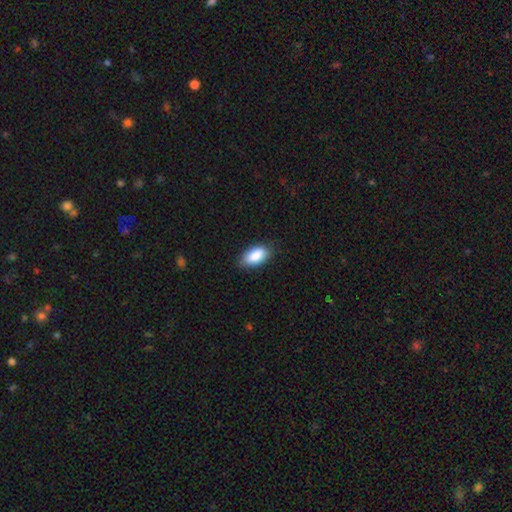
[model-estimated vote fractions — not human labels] Smooth or featured: smooth — 89% (star or artifact — 6%)
How rounded: in between — 93% (cigar-shaped — 4%)
Merging: none — 81% (minor disturbance — 15%)